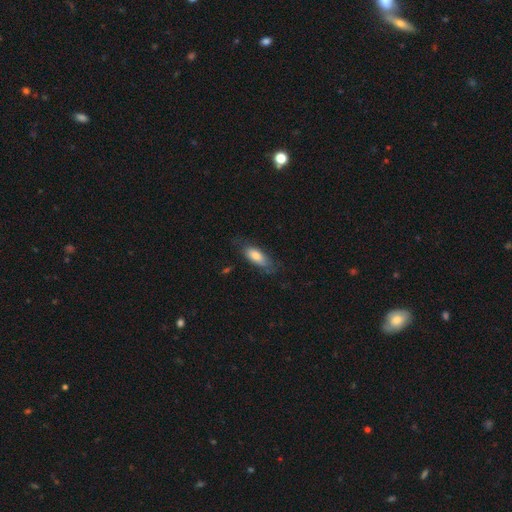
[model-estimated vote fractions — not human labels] The model was most divided on "merging": none: 65%, minor disturbance: 25%, major disturbance: 8%, merger: 2%. More confident: how rounded — in between (78%); smooth or featured — smooth (75%).